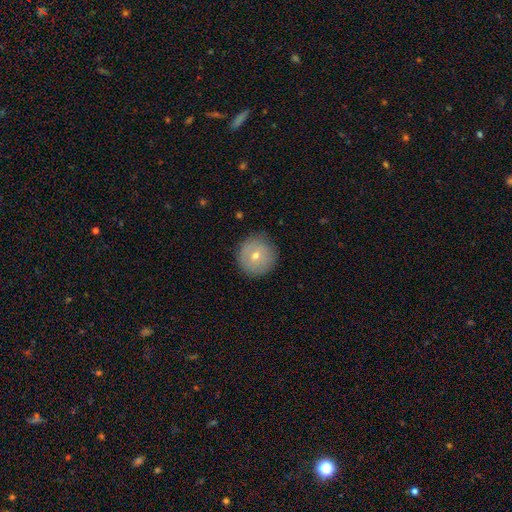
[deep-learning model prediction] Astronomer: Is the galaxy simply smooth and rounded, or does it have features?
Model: smooth — 62%.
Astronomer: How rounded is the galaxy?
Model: round — 96%.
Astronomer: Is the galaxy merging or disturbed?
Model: none — 88%.